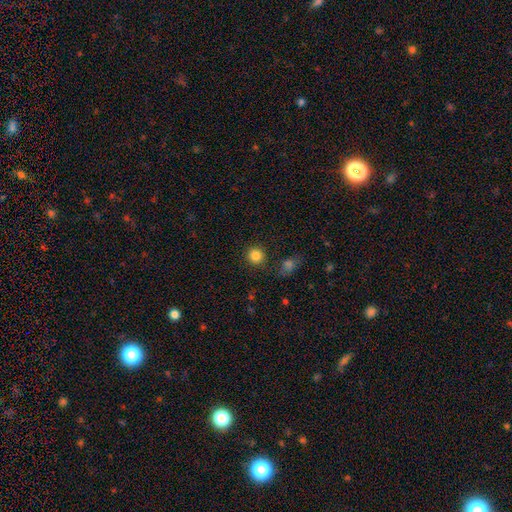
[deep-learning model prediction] smooth_or_featured: smooth (p=0.85) [alt: star or artifact p=0.11]
how_rounded: round (p=0.92) [alt: in between p=0.07]
merging: none (p=0.87) [alt: minor disturbance p=0.07]